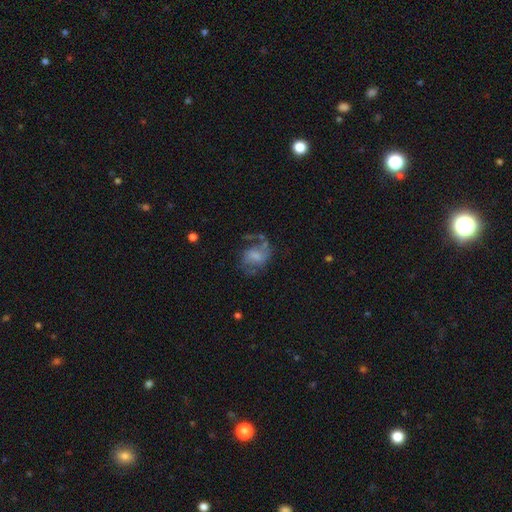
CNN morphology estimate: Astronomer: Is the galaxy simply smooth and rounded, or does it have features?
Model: featured or disk — 53% (runner-up: smooth, 37%).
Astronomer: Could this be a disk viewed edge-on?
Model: no — 97%.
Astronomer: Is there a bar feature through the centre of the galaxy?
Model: no — 48% (runner-up: weak, 41%).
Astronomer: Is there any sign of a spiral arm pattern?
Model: yes — 69%.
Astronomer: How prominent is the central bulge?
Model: none — 30% (runner-up: moderate, 29%).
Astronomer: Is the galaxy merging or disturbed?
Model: none — 41% (runner-up: major disturbance, 29%).